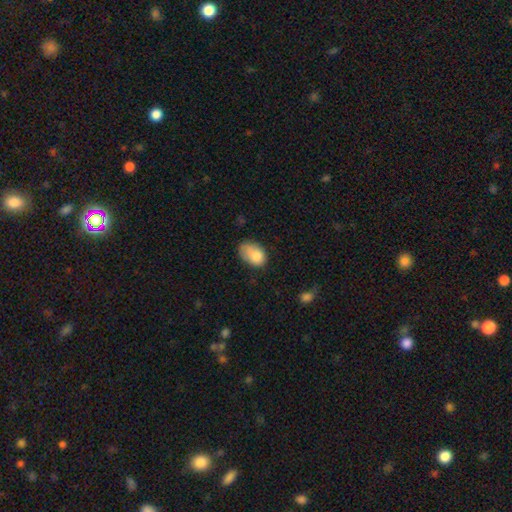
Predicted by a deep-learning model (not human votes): smooth_or_featured: smooth (p=0.79) [alt: featured or disk p=0.12]
how_rounded: in between (p=0.85) [alt: round p=0.14]
merging: minor disturbance (p=0.39) [alt: none p=0.36]